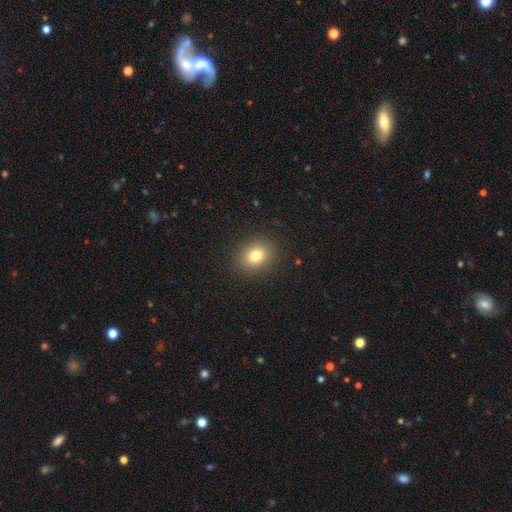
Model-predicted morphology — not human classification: smooth 80%, star or artifact 12%, featured or disk 8%. Down the decision tree: how rounded — round (61%); merging — none (89%).